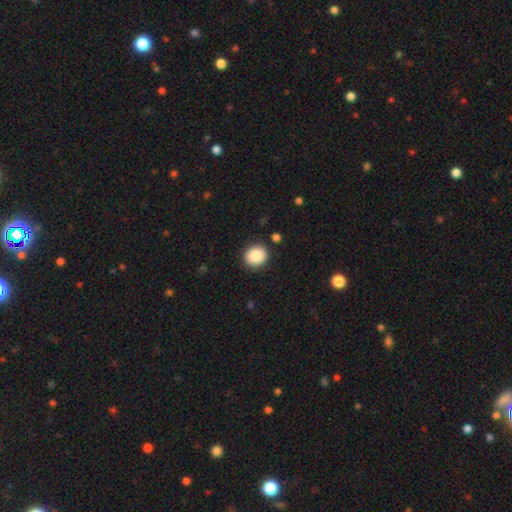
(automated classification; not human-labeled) A smooth galaxy with no disk features (88%) that is round (79%).

Vote fractions:
- Smooth or featured? smooth: 88% / star or artifact: 8% / featured or disk: 4%
- How rounded? round: 79% / in between: 20% / cigar-shaped: 1%
- Merging? none: 89% / minor disturbance: 7% / major disturbance: 2% / merger: 2%